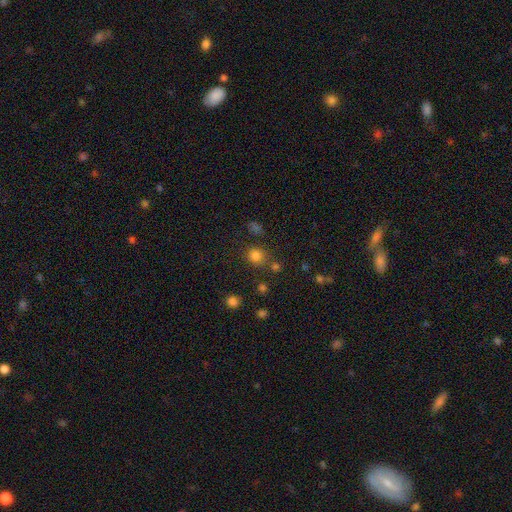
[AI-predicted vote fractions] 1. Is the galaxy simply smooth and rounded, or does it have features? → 78% smooth, 16% star or artifact, 5% featured or disk.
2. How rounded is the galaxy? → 83% round, 16% in between, 1% cigar-shaped.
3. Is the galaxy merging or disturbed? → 77% none, 11% minor disturbance, 8% merger, 4% major disturbance.